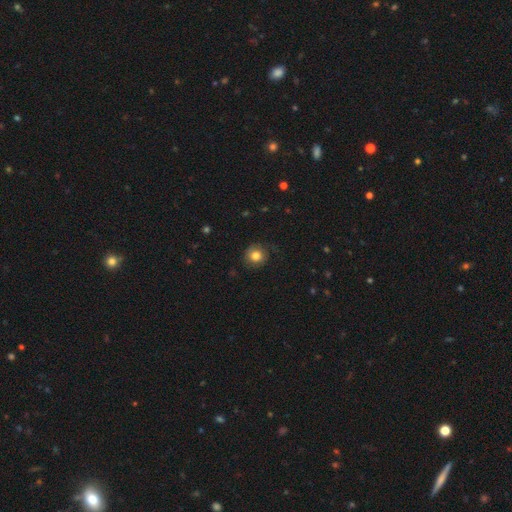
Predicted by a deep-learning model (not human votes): Smooth or featured: smooth — 80% (star or artifact — 10%)
How rounded: round — 90% (in between — 9%)
Merging: none — 81% (minor disturbance — 13%)